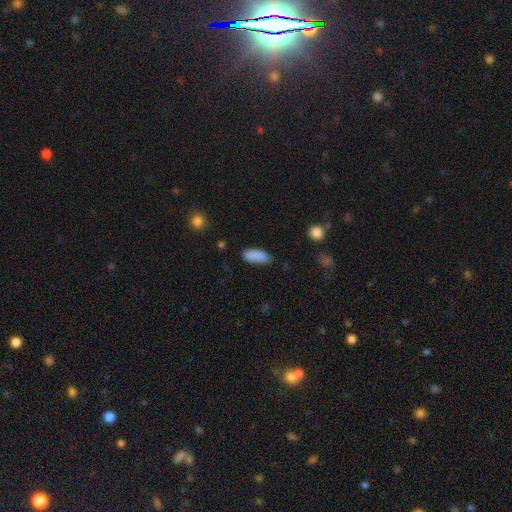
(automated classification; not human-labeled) smooth-or-featured: smooth: 87% | star or artifact: 8% | featured or disk: 5%
  how-rounded: in between: 74% | cigar-shaped: 23% | round: 2%
  merging: none: 65% | minor disturbance: 27% | major disturbance: 6% | merger: 2%